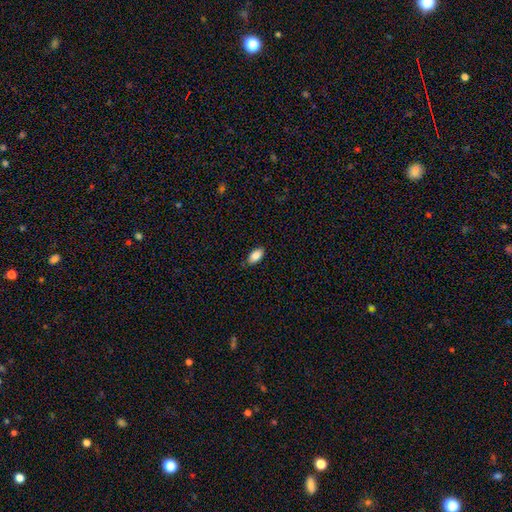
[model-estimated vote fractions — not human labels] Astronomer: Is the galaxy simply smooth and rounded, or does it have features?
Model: smooth — 86%.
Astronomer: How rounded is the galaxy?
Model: in between — 92%.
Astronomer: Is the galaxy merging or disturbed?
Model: none — 83%.